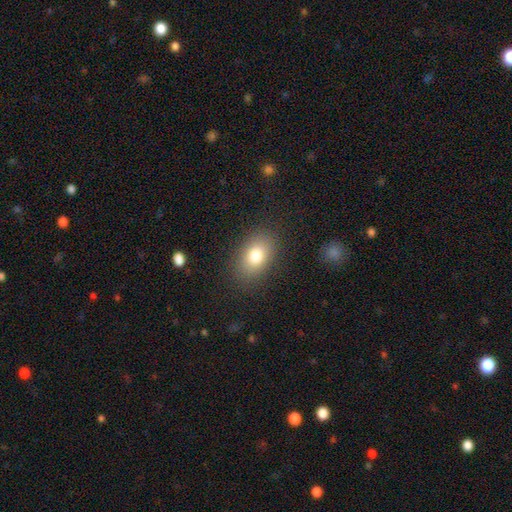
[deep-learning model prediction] smooth_or_featured: smooth (p=0.79) [alt: featured or disk p=0.11]
how_rounded: in between (p=0.83) [alt: round p=0.15]
merging: none (p=0.85) [alt: minor disturbance p=0.10]